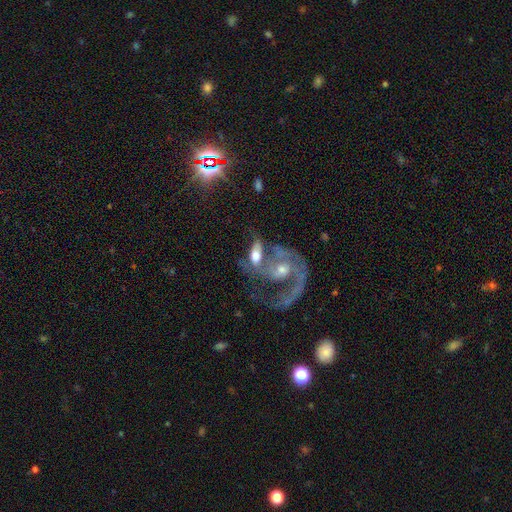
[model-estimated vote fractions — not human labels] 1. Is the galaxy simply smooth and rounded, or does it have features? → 66% featured or disk, 27% smooth, 7% star or artifact.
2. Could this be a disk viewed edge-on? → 94% no, 6% yes.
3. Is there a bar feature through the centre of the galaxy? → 62% no, 28% weak, 9% strong.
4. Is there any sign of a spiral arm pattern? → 80% yes, 20% no.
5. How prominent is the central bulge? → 51% moderate, 25% small, 16% large, 6% none, 3% dominant.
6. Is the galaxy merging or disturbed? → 56% merger, 17% none, 17% major disturbance, 10% minor disturbance.